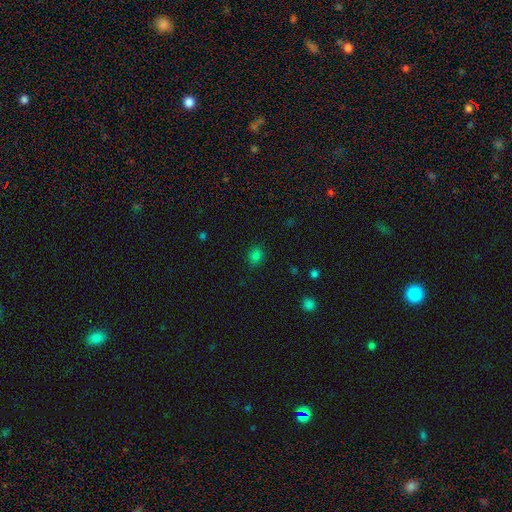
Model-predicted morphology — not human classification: A smooth galaxy with no disk features (78%) that is round (49%, tied with in between).

Vote fractions:
- Smooth or featured? smooth: 78% / star or artifact: 18% / featured or disk: 4%
- How rounded? round: 49% (tied) / in between: 49% (tied) / cigar-shaped: 1%
- Merging? none: 83% / minor disturbance: 12% / major disturbance: 3% / merger: 1%